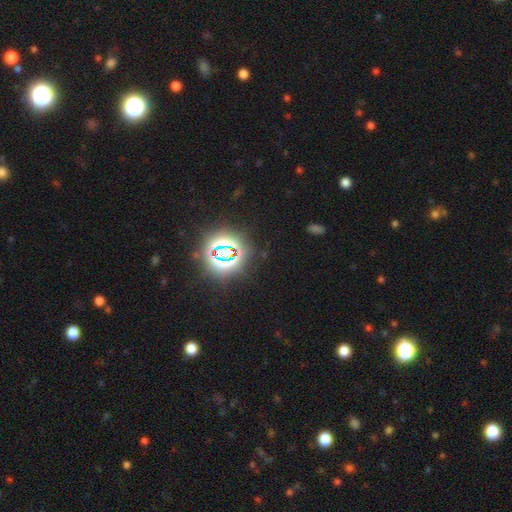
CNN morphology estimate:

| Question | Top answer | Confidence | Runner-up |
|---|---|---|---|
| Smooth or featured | star or artifact | 79% | smooth (14%) |